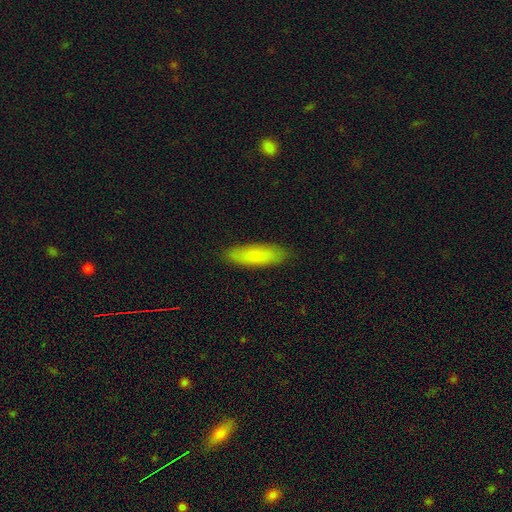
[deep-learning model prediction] smooth_or_featured: smooth (p=0.81) [alt: featured or disk p=0.13]
how_rounded: cigar-shaped (p=0.59) [alt: in between p=0.39]
merging: none (p=0.87) [alt: minor disturbance p=0.10]